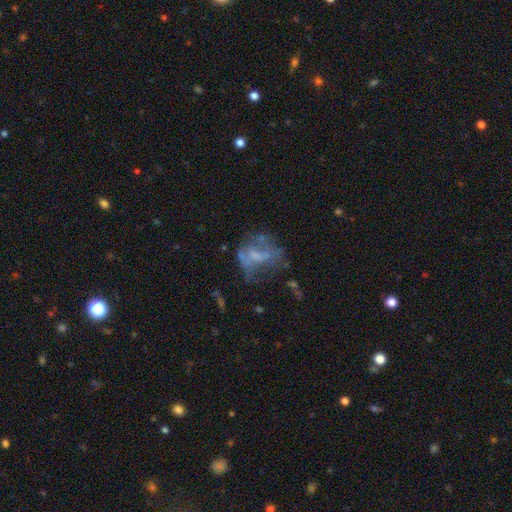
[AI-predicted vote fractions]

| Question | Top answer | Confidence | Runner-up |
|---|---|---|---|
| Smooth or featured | featured or disk | 56% | smooth (28%) |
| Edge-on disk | no | 97% | yes (3%) |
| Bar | no | 70% | weak (23%) |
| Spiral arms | no | 82% | yes (18%) |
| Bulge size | none | 55% | small (23%) |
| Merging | major disturbance | 37% | none (34%) |